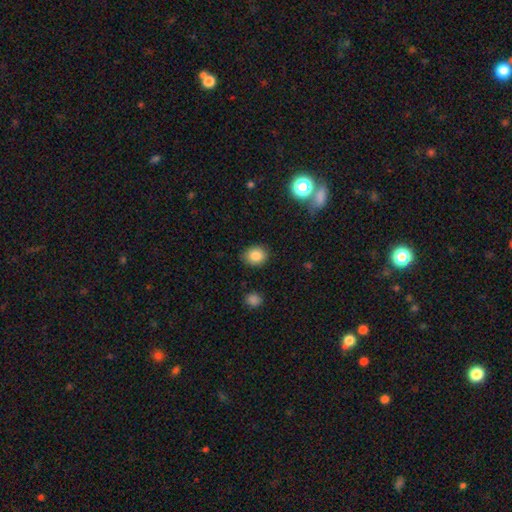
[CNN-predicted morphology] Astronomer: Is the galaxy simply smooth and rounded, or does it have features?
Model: smooth — 84%.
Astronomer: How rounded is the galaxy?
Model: round — 60% (runner-up: in between, 39%).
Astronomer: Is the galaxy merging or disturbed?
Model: none — 86%.